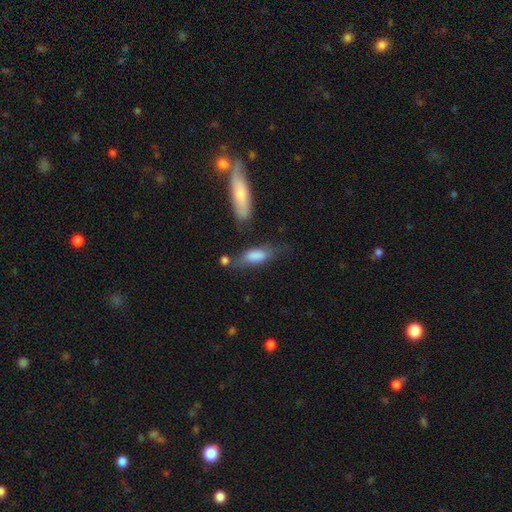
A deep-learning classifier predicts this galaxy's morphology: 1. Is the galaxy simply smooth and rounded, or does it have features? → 78% smooth, 16% featured or disk, 7% star or artifact.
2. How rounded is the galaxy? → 70% in between, 27% cigar-shaped, 3% round.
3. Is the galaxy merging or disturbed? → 47% none, 26% minor disturbance, 14% major disturbance, 13% merger.